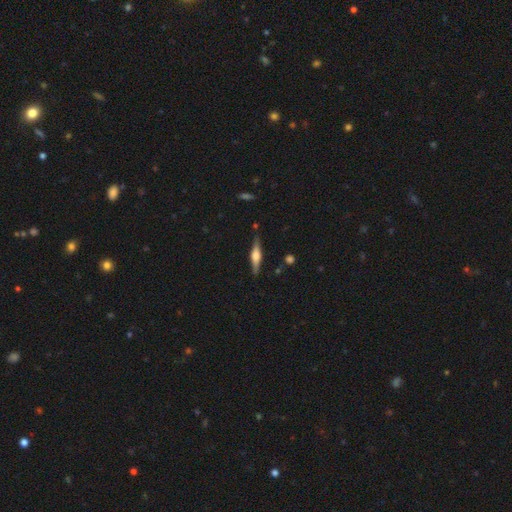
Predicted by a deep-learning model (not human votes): This is likely a featured or disk galaxy (65%). It is clearly viewed edge-on (97%). Edge-on bulge: clearly rounded (80%). Merging: clearly none (85%).